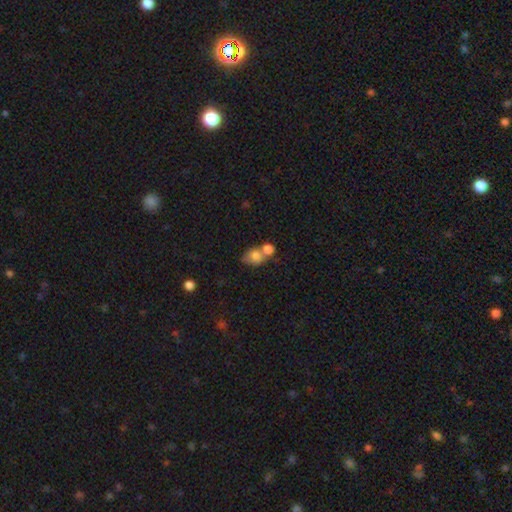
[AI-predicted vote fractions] Q: Smooth or featured?
A: smooth (76%); runner-up: featured or disk (15%)
Q: How rounded?
A: in between (52%); runner-up: round (46%)
Q: Merging?
A: merger (57%); runner-up: none (29%)